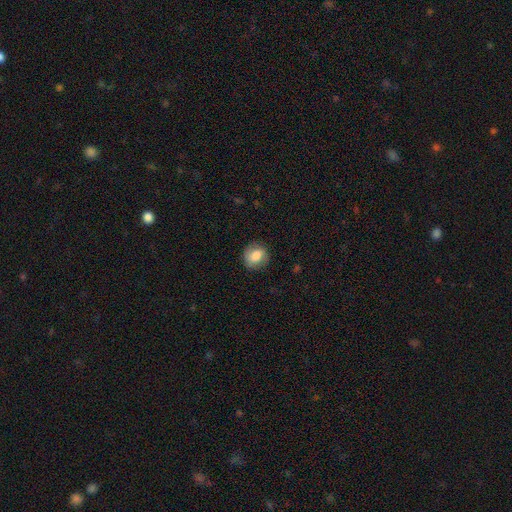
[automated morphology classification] A smooth galaxy with no disk features (73%) that is round (75%). Merging: none (82%).